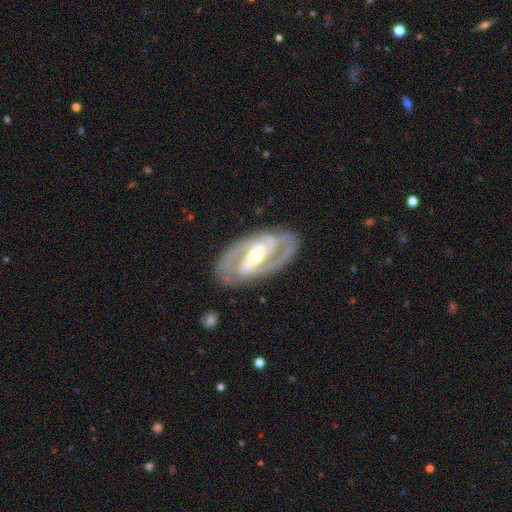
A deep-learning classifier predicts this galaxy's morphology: A featured or disk galaxy (90%) with a strong bar (55%), 2 (84%) tight (46%, tied with medium) spiral arms (96%) and a moderate central bulge (56%).

Vote fractions:
- Smooth or featured? featured or disk: 90% / smooth: 6% / star or artifact: 4%
- Edge-on disk? no: 95% / yes: 5%
- Bar? strong: 55% / weak: 31% / no: 15%
- Spiral arms? yes: 96% / no: 4%
- Spiral winding? tight: 46% (tied) / medium: 46% (tied) / loose: 8%
- Spiral arm count? 2: 84% / 3: 7% / can't tell: 5% / 1: 2% / 4: 2% / more than 4: 1%
- Bulge size? moderate: 56% / small: 39% / large: 4% / none: 1% / dominant: 1%
- Merging? none: 82% / minor disturbance: 12% / major disturbance: 4% / merger: 1%